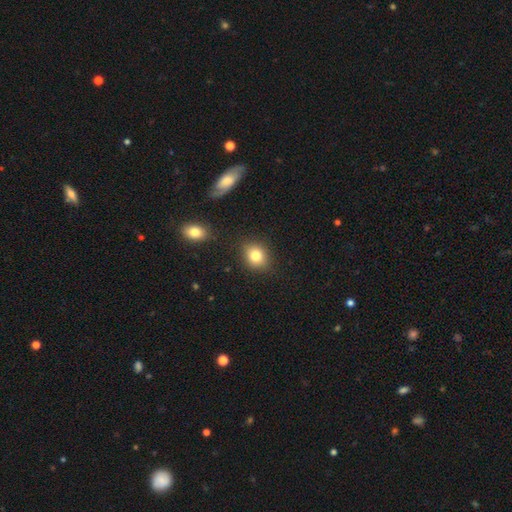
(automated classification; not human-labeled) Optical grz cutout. It shows a smooth galaxy with no disk features (80%) that is round (59%). Merging: none (86%).